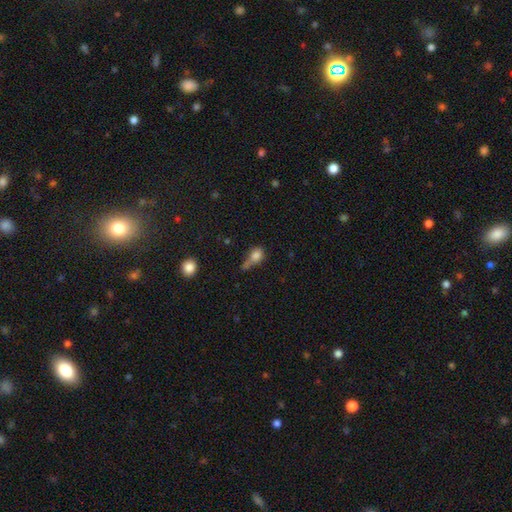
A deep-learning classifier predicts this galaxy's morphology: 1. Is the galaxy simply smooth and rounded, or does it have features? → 78% smooth, 11% star or artifact, 11% featured or disk.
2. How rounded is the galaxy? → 48% round, 47% in between, 4% cigar-shaped.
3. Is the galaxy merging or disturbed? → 31% none, 30% merger, 24% minor disturbance, 16% major disturbance.